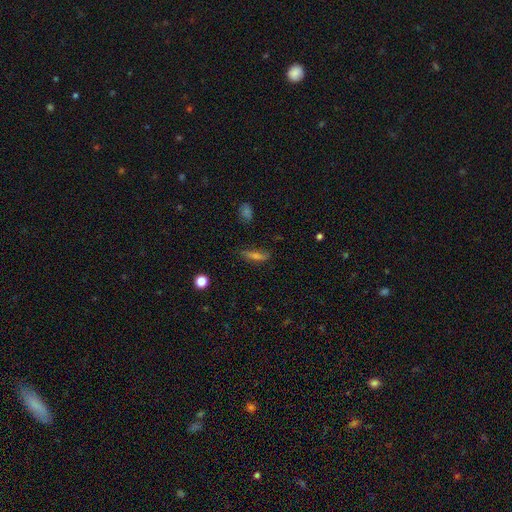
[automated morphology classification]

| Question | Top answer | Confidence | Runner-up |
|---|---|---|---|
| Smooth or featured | smooth | 54% | featured or disk (30%) |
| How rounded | cigar-shaped | 71% | in between (24%) |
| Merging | none | 75% | minor disturbance (18%) |